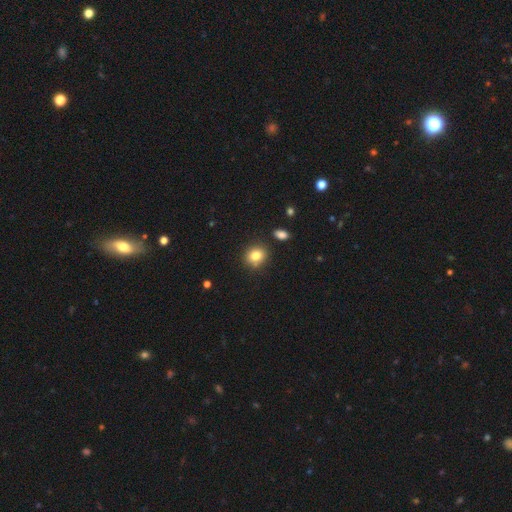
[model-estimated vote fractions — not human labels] smooth 82%, star or artifact 10%, featured or disk 8%. Down the decision tree: how rounded — round (74%); merging — none (84%).